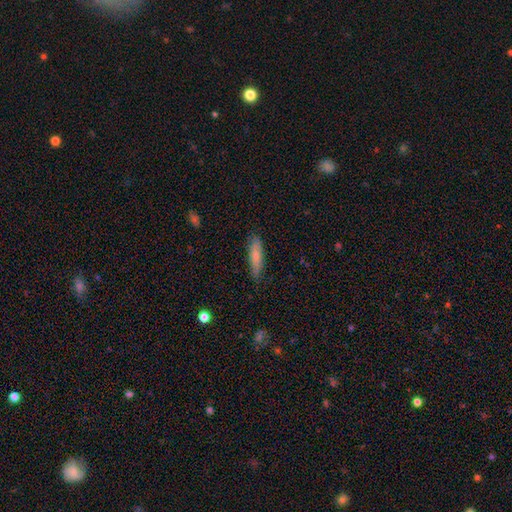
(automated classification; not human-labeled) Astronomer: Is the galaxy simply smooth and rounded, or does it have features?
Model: smooth — 70%.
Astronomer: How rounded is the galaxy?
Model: cigar-shaped — 73%.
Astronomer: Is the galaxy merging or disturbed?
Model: none — 82%.